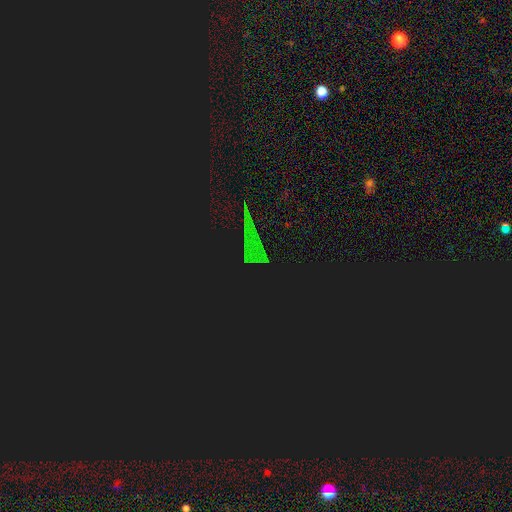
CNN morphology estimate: The model was most divided on "smooth or featured": star or artifact: 83%, smooth: 10%, featured or disk: 7%.